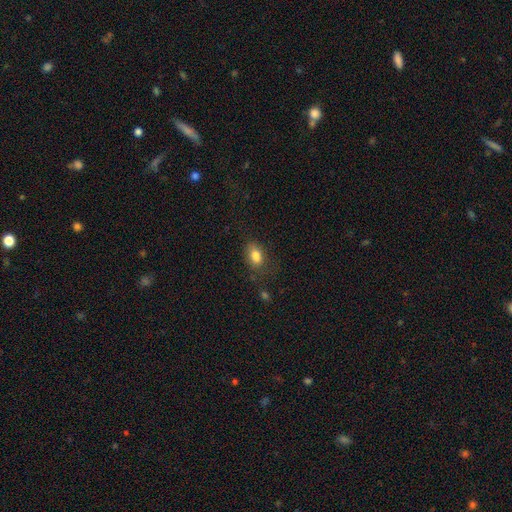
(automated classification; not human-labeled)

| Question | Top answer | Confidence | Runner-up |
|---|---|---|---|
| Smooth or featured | smooth | 82% | star or artifact (9%) |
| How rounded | in between | 86% | round (11%) |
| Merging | none | 68% | minor disturbance (22%) |